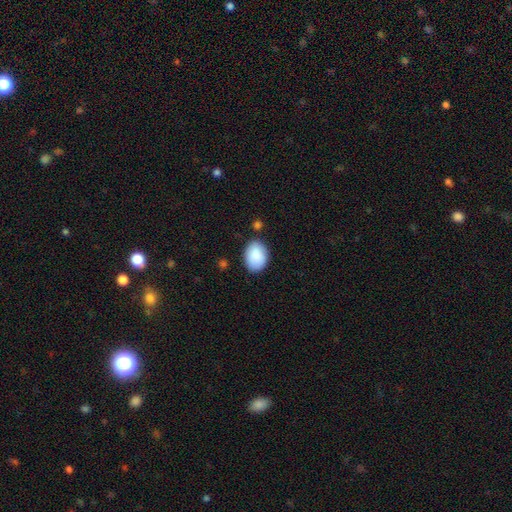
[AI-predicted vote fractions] This is clearly a smooth galaxy (89%). How rounded: likely in between (79%). Merging: likely none (79%).